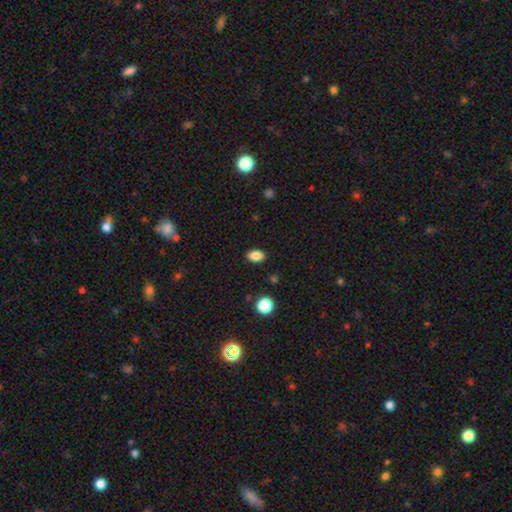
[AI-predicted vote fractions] Smooth or featured?
  - smooth: 84% *
  - star or artifact: 10%
  - featured or disk: 6%
How rounded?
  - in between: 83% *
  - round: 15%
  - cigar-shaped: 2%
Merging?
  - none: 88% *
  - minor disturbance: 9%
  - major disturbance: 2%
  - merger: 1%